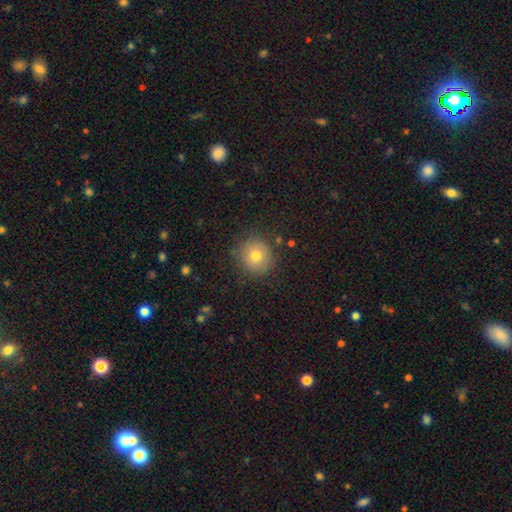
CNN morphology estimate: type=smooth (74%); roundness=round (93%); merging=none (85%).